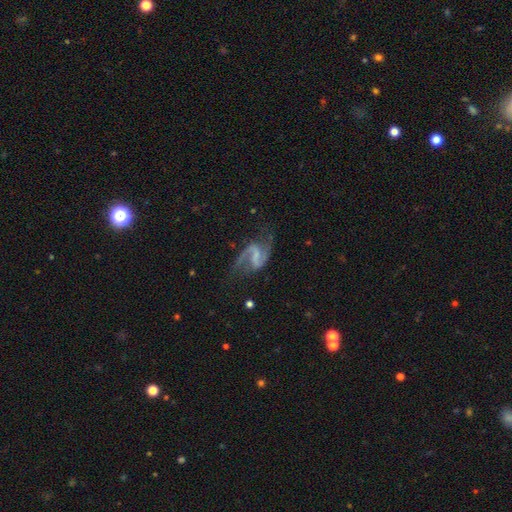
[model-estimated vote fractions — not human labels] Q: Smooth or featured?
A: featured or disk (89%); runner-up: smooth (6%)
Q: Edge-on disk?
A: no (98%); runner-up: yes (2%)
Q: Bar?
A: weak (48%); runner-up: strong (32%)
Q: Spiral arms?
A: yes (96%); runner-up: no (4%)
Q: Spiral winding?
A: loose (53%); runner-up: medium (40%)
Q: Spiral arm count?
A: 2 (91%); runner-up: 1 (4%)
Q: Bulge size?
A: none (52%); runner-up: small (33%)
Q: Merging?
A: none (64%); runner-up: minor disturbance (19%)